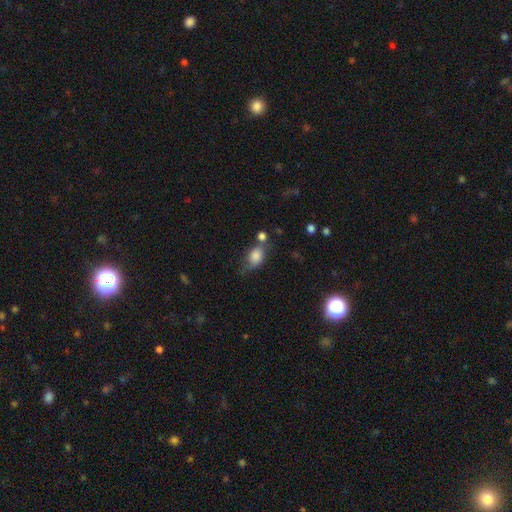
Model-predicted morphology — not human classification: This is clearly a smooth galaxy (81%). How rounded: likely in between (75%). Merging: possibly none (48%).